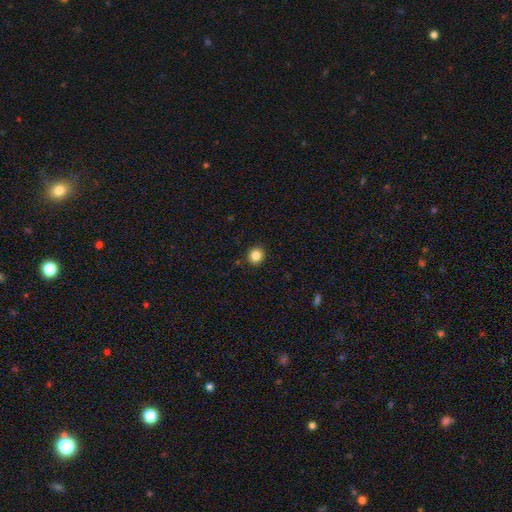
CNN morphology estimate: Smooth or featured?
  - smooth: 85% *
  - star or artifact: 11%
  - featured or disk: 5%
How rounded?
  - round: 89% *
  - in between: 10%
  - cigar-shaped: 1%
Merging?
  - none: 91% *
  - minor disturbance: 6%
  - major disturbance: 2%
  - merger: 1%